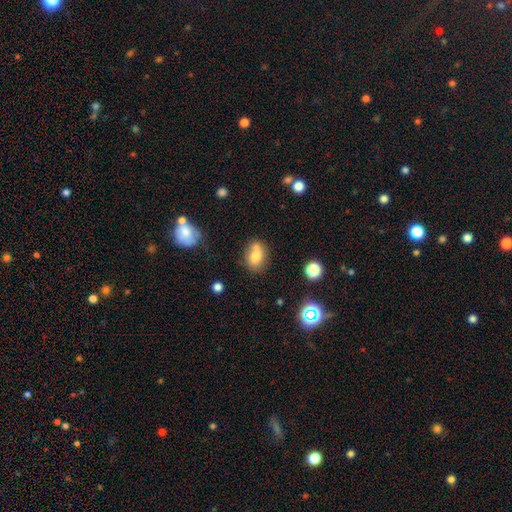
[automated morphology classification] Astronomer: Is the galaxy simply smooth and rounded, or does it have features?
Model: smooth — 75%.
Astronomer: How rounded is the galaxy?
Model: in between — 68%.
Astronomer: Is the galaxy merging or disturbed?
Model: none — 48% (runner-up: merger, 30%).